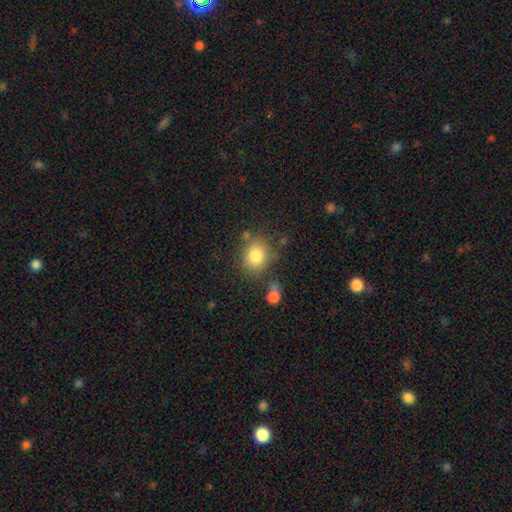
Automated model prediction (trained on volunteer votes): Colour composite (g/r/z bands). It shows a smooth galaxy with no disk features (82%) that is round (68%). Merging: none (71%).